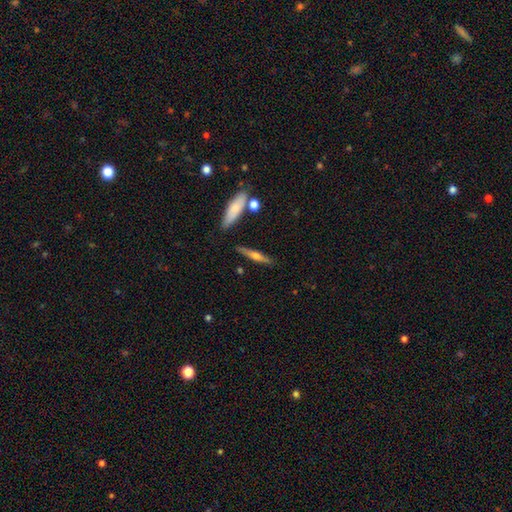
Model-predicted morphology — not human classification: A featured or disk galaxy (54%) viewed edge-on (95%) with a rounded central bulge (84%). Merging: none (84%).